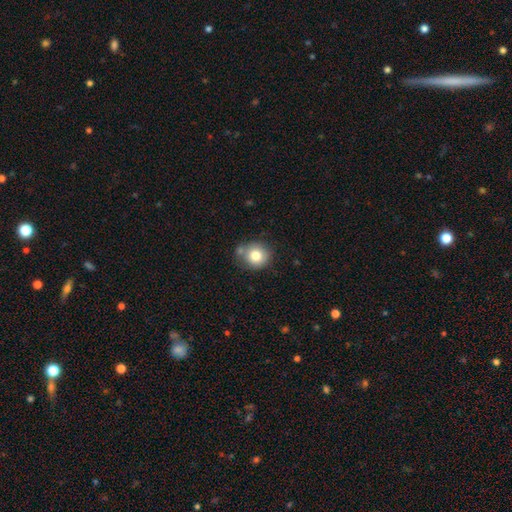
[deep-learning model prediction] Overall: smooth (79%). How rounded: round (88%). Merging: none (68%).